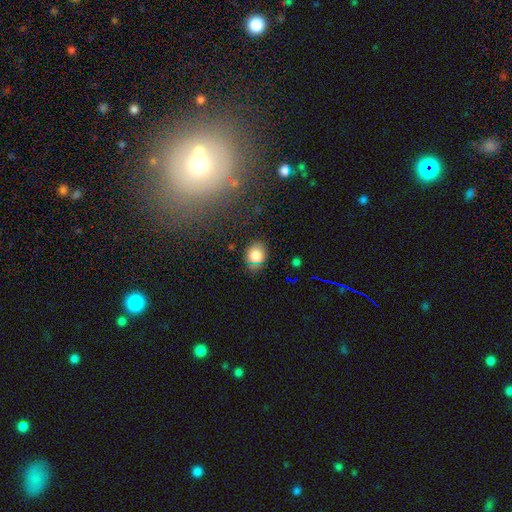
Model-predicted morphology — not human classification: smooth-or-featured: smooth: 79% | star or artifact: 12% | featured or disk: 9%
  how-rounded: round: 55% | in between: 44% | cigar-shaped: 1%
  merging: none: 81% | minor disturbance: 14% | major disturbance: 3% | merger: 2%